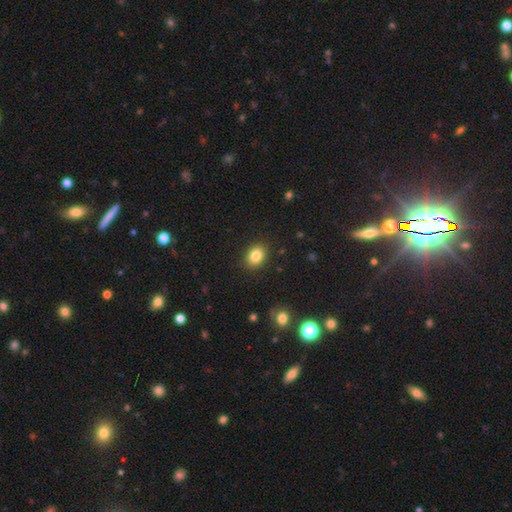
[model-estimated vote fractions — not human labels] The model was most divided on "how rounded": in between: 62%, round: 37%, cigar-shaped: 1%. More confident: merging — none (88%); smooth or featured — smooth (84%).